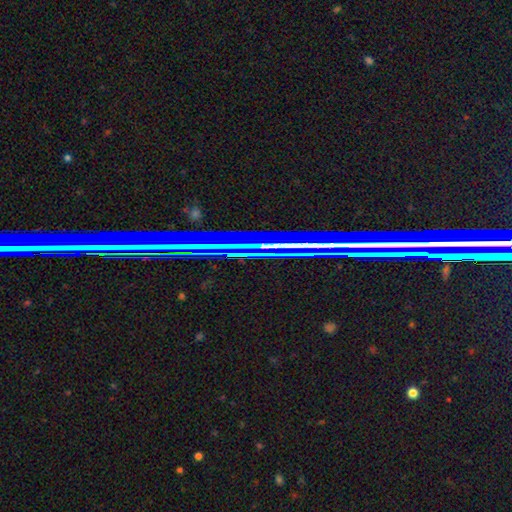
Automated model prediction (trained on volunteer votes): A star or artifact, not a galaxy (69%).

Vote fractions:
- Smooth or featured? star or artifact: 69% / featured or disk: 19% / smooth: 12%